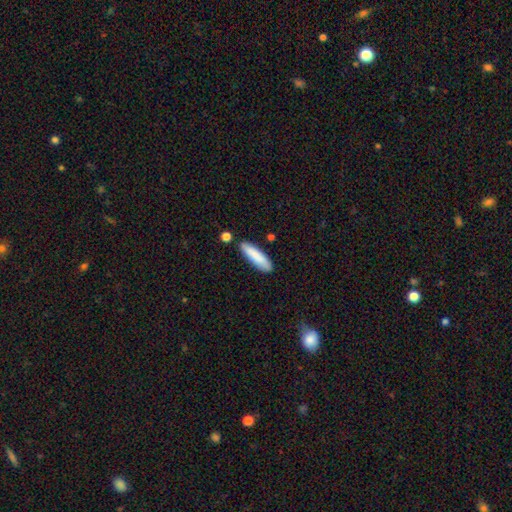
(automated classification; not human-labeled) Overall: smooth (84%). How rounded: cigar-shaped (71%). Merging: none (81%).